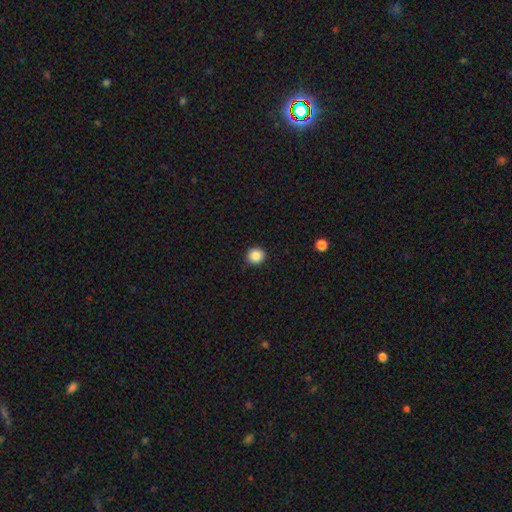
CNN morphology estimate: Smooth or featured: smooth — 88% (star or artifact — 10%)
How rounded: round — 93% (in between — 6%)
Merging: none — 91% (minor disturbance — 6%)